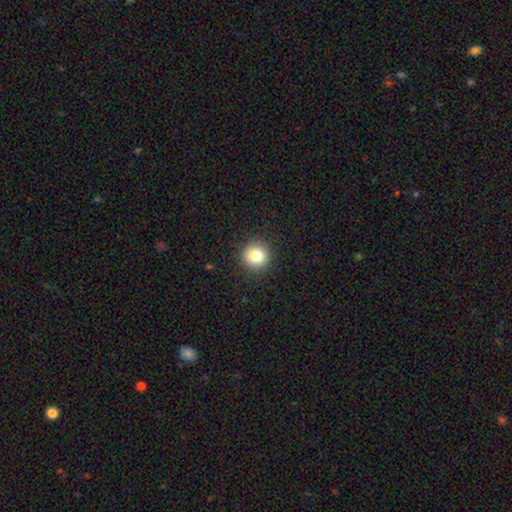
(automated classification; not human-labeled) smooth-or-featured: smooth: 84% | star or artifact: 10% | featured or disk: 5%
  how-rounded: round: 90% | in between: 9% | cigar-shaped: 1%
  merging: none: 90% | minor disturbance: 7% | major disturbance: 2% | merger: 1%